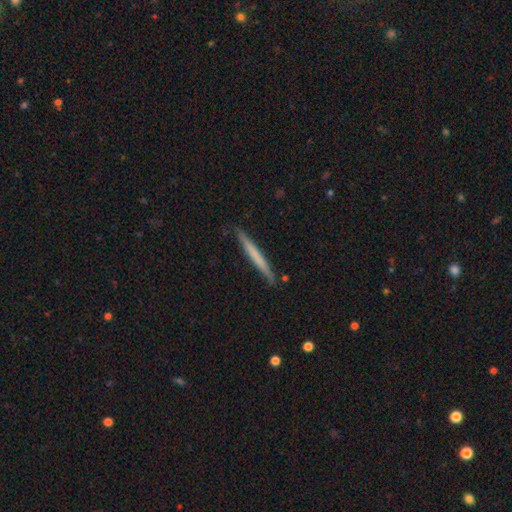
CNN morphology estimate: A smooth galaxy with no disk features (58%) that is cigar-shaped (97%). Merging: none (88%).